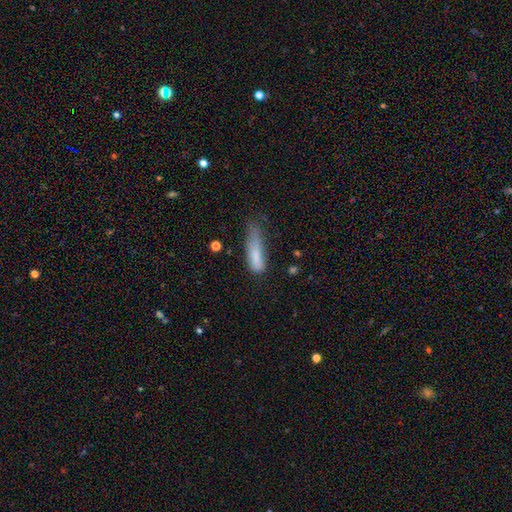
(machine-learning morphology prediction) A smooth galaxy with no disk features (75%) that is cigar-shaped (62%). Merging: minor disturbance (40%).